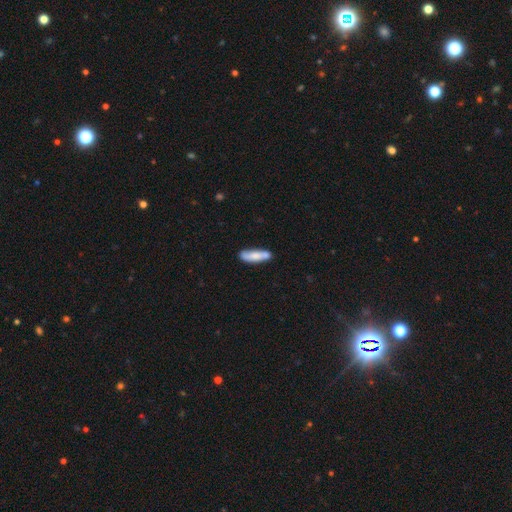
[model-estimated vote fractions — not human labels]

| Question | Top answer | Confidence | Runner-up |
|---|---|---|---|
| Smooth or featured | smooth | 72% | featured or disk (22%) |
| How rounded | cigar-shaped | 63% | in between (35%) |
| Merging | none | 70% | minor disturbance (18%) |